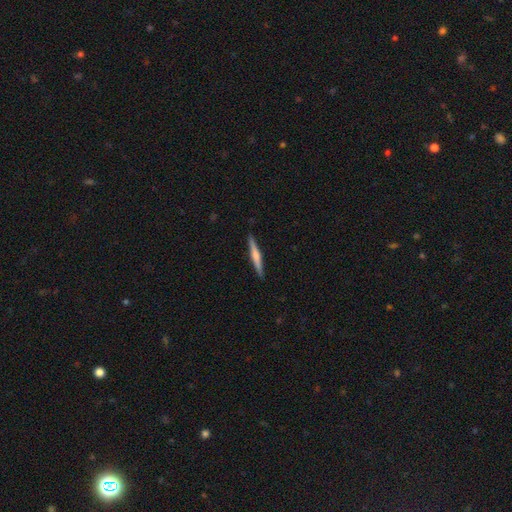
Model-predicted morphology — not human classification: Smooth or featured?
  - featured or disk: 53% *
  - smooth: 41%
  - star or artifact: 5%
Edge-on disk?
  - yes: 98% *
  - no: 2%
Edge-on bulge?
  - rounded: 60% *
  - none: 23%
  - boxy: 17%
Merging?
  - none: 91% *
  - minor disturbance: 7%
  - major disturbance: 1%
  - merger: 1%